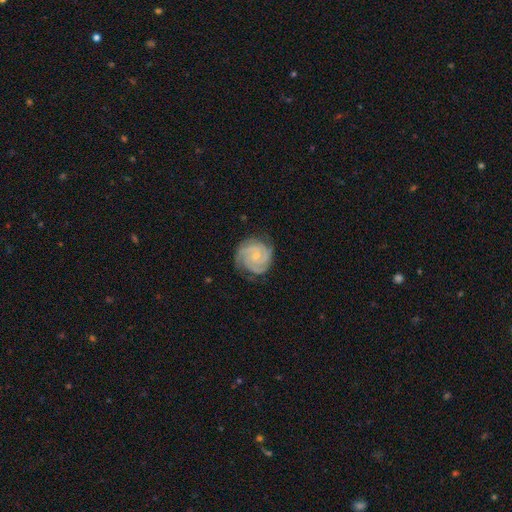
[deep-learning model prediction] featured or disk 88%, smooth 7%, star or artifact 5%. Down the decision tree: edge-on disk — no (98%); bar — no (68%); spiral arms — yes (98%); spiral arm count — 3 (43%); spiral winding — tight (73%); bulge size — small (71%); merging — none (78%).